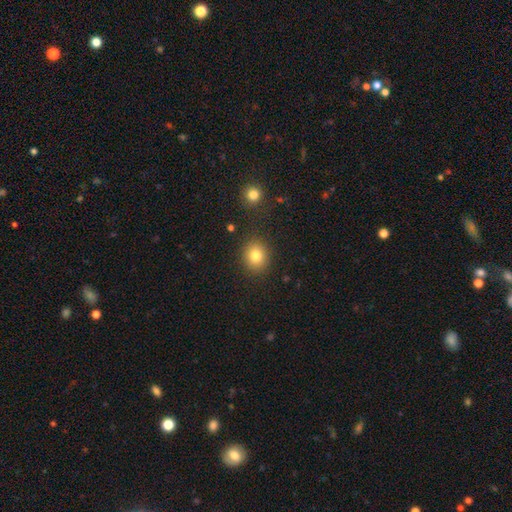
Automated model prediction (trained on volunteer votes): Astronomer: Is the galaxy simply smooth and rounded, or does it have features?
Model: smooth — 82%.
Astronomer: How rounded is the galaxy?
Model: round — 73%.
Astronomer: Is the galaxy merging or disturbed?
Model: none — 87%.